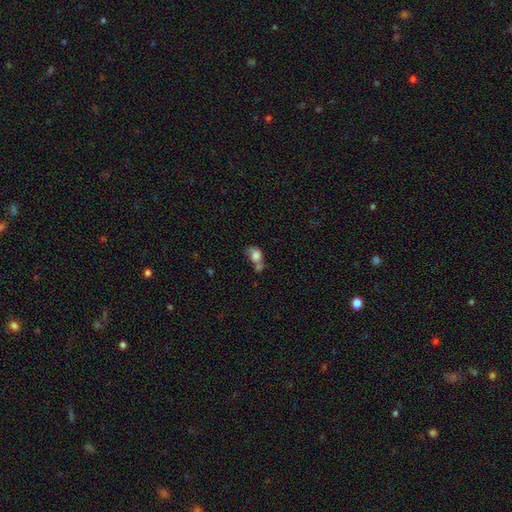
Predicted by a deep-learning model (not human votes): smooth 77%, featured or disk 13%, star or artifact 10%. Down the decision tree: how rounded — in between (70%); merging — merger (45%).